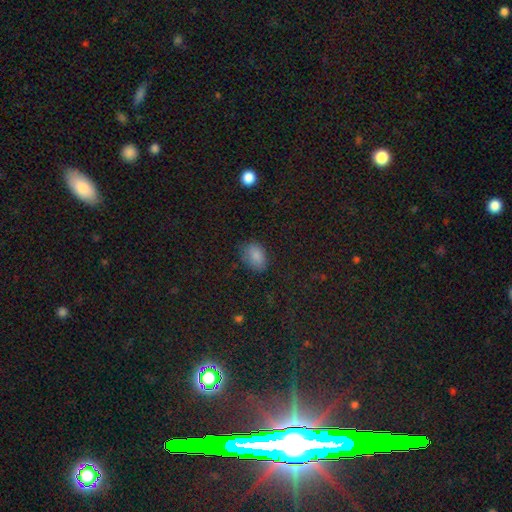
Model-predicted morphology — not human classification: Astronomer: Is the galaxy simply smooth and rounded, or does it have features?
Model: smooth — 84%.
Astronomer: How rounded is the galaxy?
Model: in between — 86%.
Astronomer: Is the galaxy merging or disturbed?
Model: none — 76%.